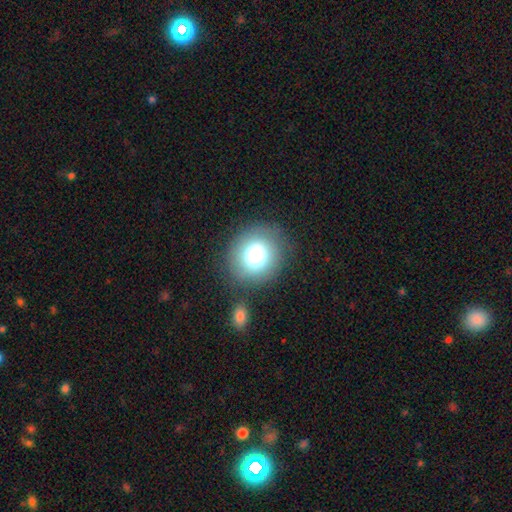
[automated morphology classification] Smooth or featured?
  - smooth: 77% *
  - featured or disk: 12%
  - star or artifact: 11%
How rounded?
  - round: 83% *
  - in between: 16%
  - cigar-shaped: 1%
Merging?
  - none: 78% *
  - minor disturbance: 12%
  - merger: 6%
  - major disturbance: 5%